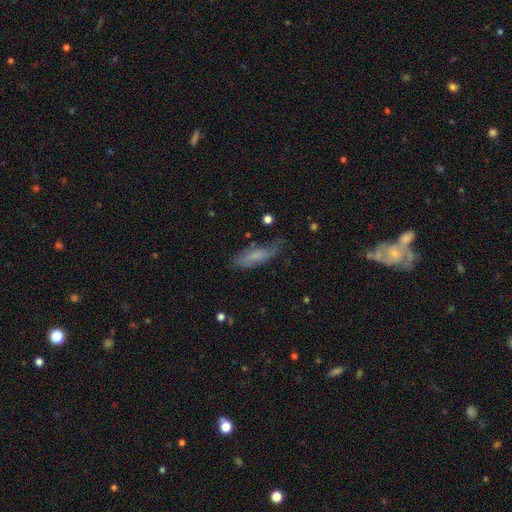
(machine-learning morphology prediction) Smooth or featured: smooth — 59% (featured or disk — 32%)
How rounded: in between — 57% (cigar-shaped — 41%)
Merging: none — 49% (minor disturbance — 32%)